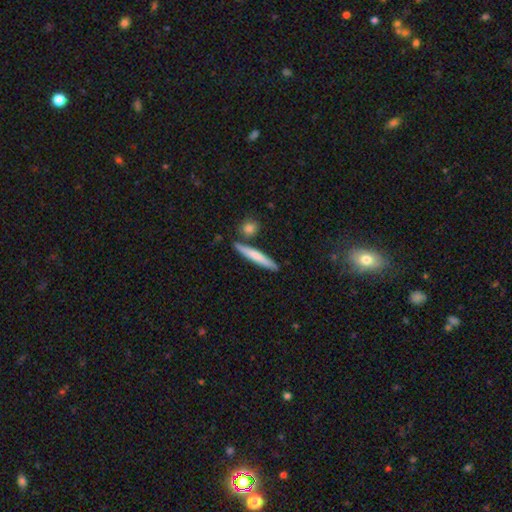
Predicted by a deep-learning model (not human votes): smooth-or-featured: smooth: 68% | featured or disk: 27% | star or artifact: 5%
  how-rounded: cigar-shaped: 94% | in between: 4% | round: 2%
  merging: none: 82% | minor disturbance: 9% | merger: 6% | major disturbance: 2%